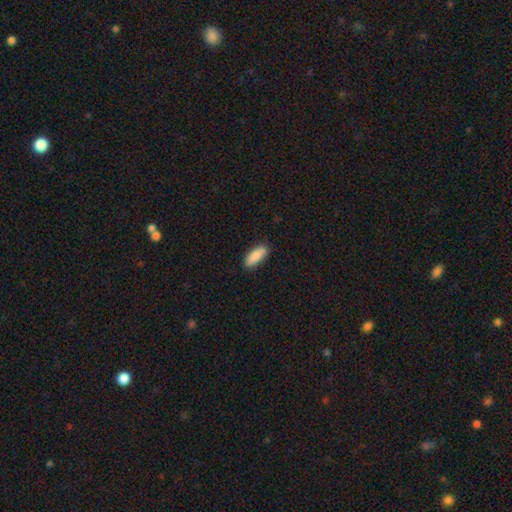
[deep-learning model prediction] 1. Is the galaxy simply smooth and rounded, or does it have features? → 85% smooth, 9% featured or disk, 6% star or artifact.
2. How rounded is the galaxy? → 70% in between, 28% cigar-shaped, 2% round.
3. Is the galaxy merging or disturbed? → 85% none, 12% minor disturbance, 2% major disturbance, 1% merger.